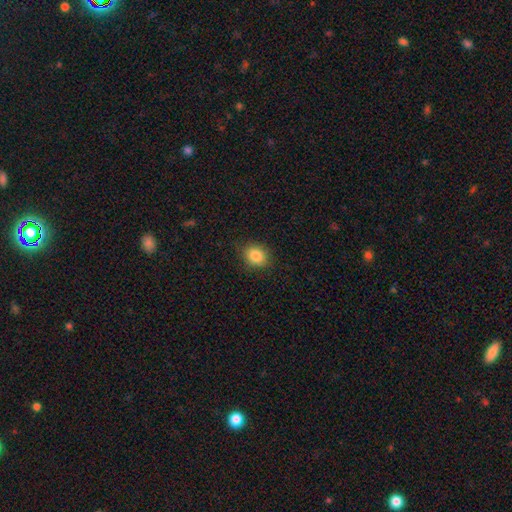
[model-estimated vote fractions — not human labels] This is clearly a smooth galaxy (85%). How rounded: possibly in between (50%). Merging: clearly none (85%).